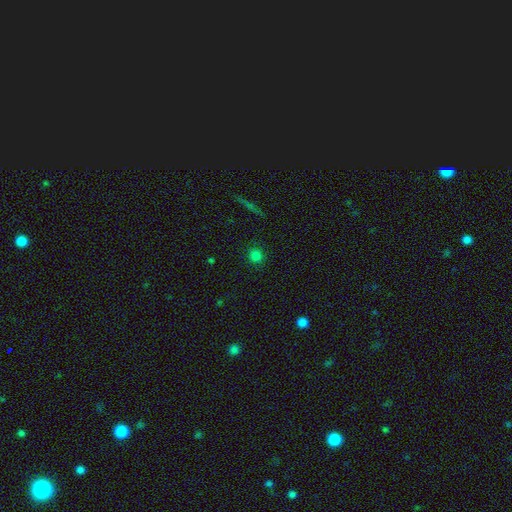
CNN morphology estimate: A smooth galaxy with no disk features (80%) that is round (93%).

Vote fractions:
- Smooth or featured? smooth: 80% / star or artifact: 16% / featured or disk: 4%
- How rounded? round: 93% / in between: 6% / cigar-shaped: 1%
- Merging? none: 91% / minor disturbance: 6% / major disturbance: 2% / merger: 1%